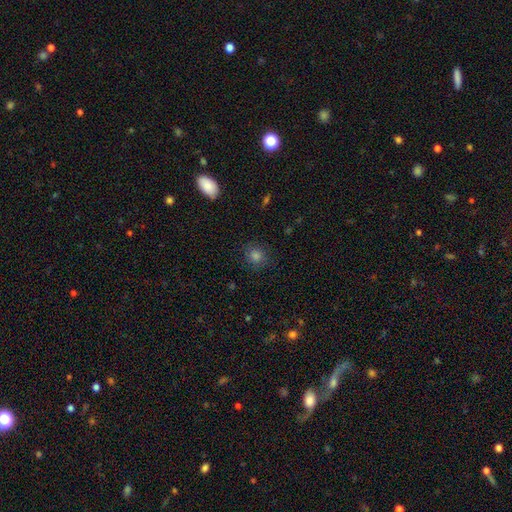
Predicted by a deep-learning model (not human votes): Q: Smooth or featured?
A: smooth (73%); runner-up: star or artifact (19%)
Q: How rounded?
A: round (84%); runner-up: in between (14%)
Q: Merging?
A: none (85%); runner-up: minor disturbance (10%)